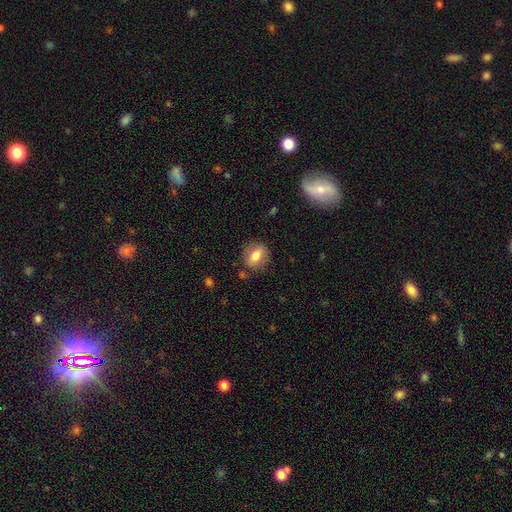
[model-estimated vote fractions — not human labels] Smooth or featured? Predicted: smooth (p=0.74). How rounded? Predicted: in between (p=0.56). Merging? Predicted: none (p=0.81).